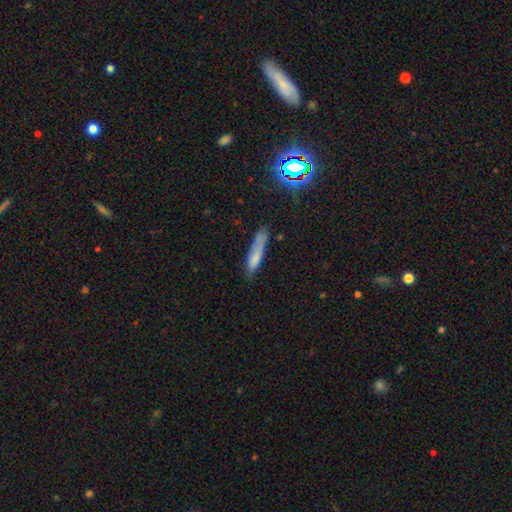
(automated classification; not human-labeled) A smooth galaxy with no disk features (69%) that is cigar-shaped (81%).

Vote fractions:
- Smooth or featured? smooth: 69% / featured or disk: 19% / star or artifact: 11%
- How rounded? cigar-shaped: 81% / in between: 16% / round: 2%
- Merging? none: 53% / minor disturbance: 29% / major disturbance: 11% / merger: 7%